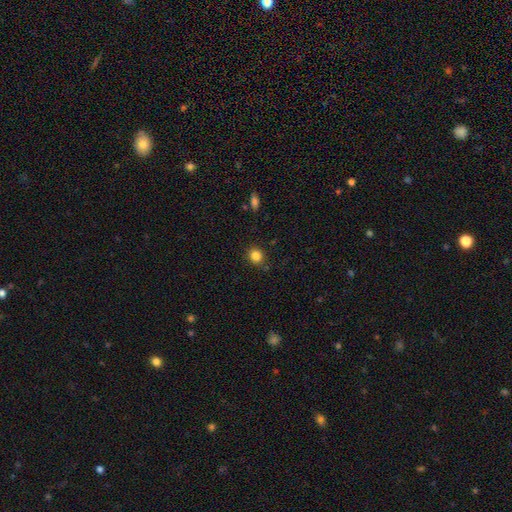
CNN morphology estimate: The model was most divided on "how rounded": round: 80%, in between: 19%, cigar-shaped: 1%. More confident: merging — none (84%); smooth or featured — smooth (84%).